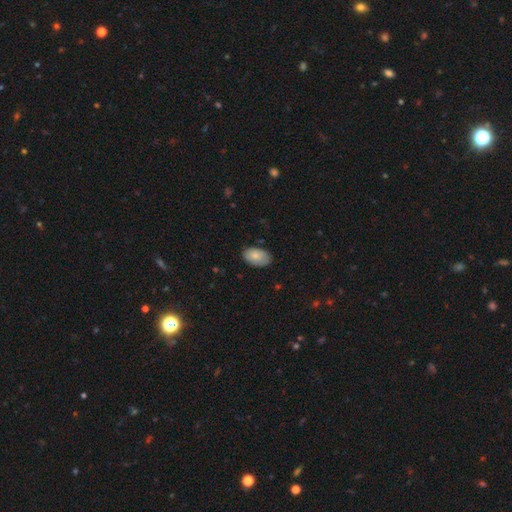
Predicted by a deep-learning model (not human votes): Morphology: type=smooth (78%); roundness=in between (92%); merging=none (78%).